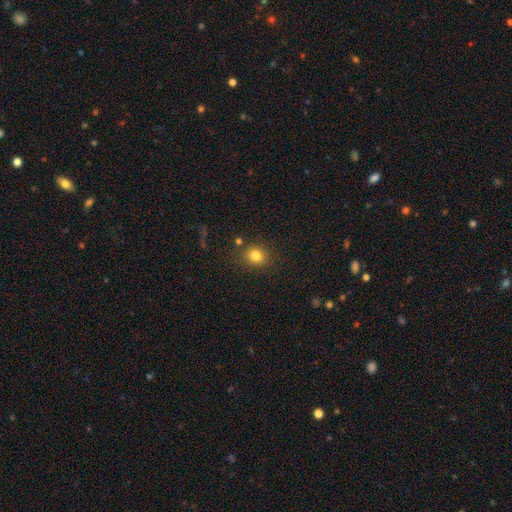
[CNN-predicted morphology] Overall: smooth (81%). How rounded: round (79%). Merging: none (81%).